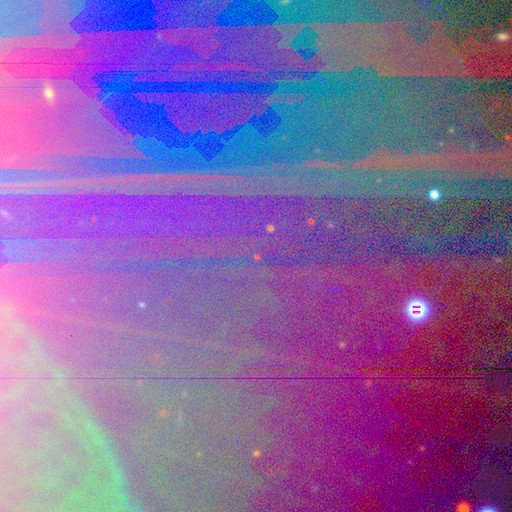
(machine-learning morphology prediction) A star or artifact, not a galaxy (86%).

Vote fractions:
- Smooth or featured? star or artifact: 86% / smooth: 7% / featured or disk: 7%